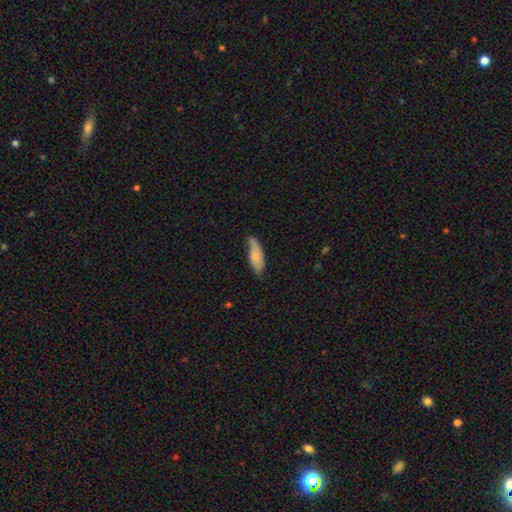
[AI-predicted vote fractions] The model was most divided on "merging": none: 58%, minor disturbance: 32%, major disturbance: 7%, merger: 3%. More confident: smooth or featured — smooth (73%); how rounded — in between (67%).